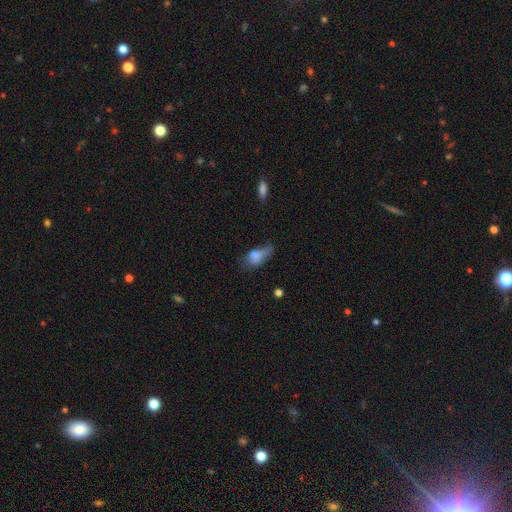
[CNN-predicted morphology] Overall: smooth (74%). How rounded: in between (82%). Merging: major disturbance (35%; minor disturbance 34%).